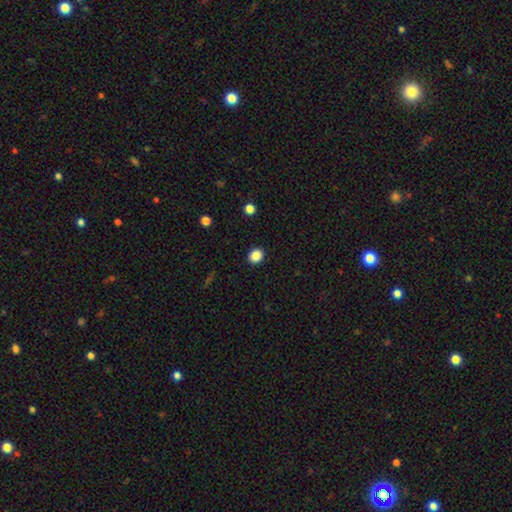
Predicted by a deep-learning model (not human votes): smooth 87%, star or artifact 10%, featured or disk 3%. Down the decision tree: how rounded — round (66%); merging — none (91%).